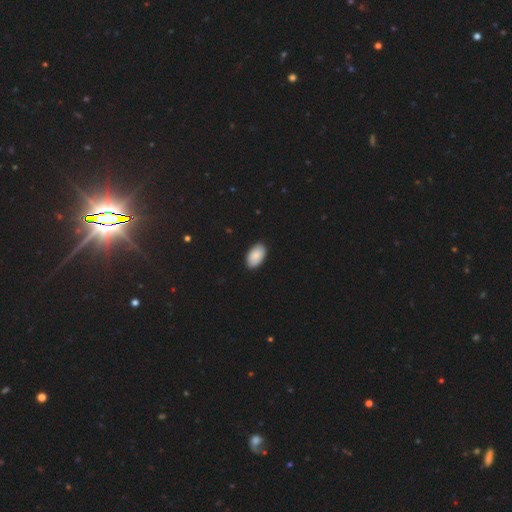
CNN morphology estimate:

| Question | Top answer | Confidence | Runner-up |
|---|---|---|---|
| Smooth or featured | smooth | 88% | star or artifact (6%) |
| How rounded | in between | 95% | round (4%) |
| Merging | none | 88% | minor disturbance (9%) |